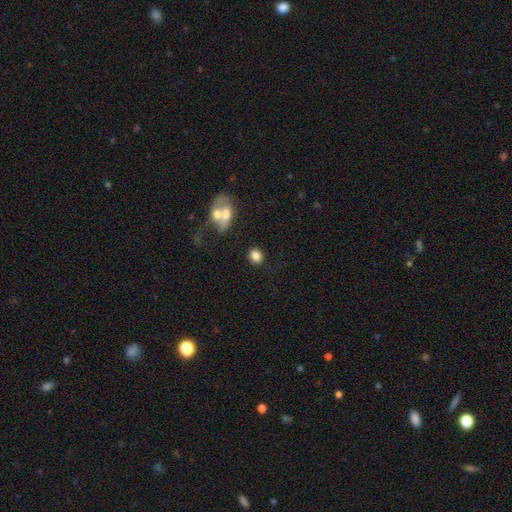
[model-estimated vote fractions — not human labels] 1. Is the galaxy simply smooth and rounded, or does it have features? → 83% smooth, 10% star or artifact, 7% featured or disk.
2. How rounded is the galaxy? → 64% round, 35% in between, 1% cigar-shaped.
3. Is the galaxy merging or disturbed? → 79% none, 9% minor disturbance, 7% merger, 4% major disturbance.